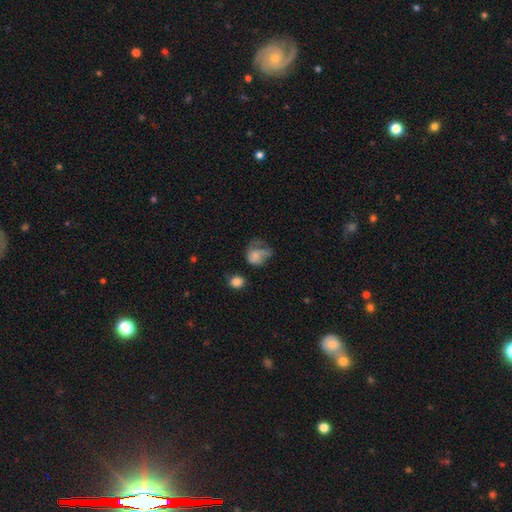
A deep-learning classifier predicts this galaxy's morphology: This is possibly a smooth galaxy (59%). How rounded: possibly round (53%). Merging: marginally major disturbance (42%).